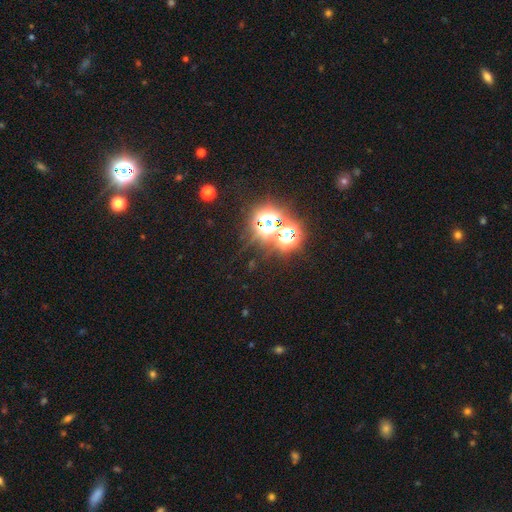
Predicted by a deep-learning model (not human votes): Smooth or featured?
  - star or artifact: 74% *
  - smooth: 19%
  - featured or disk: 7%